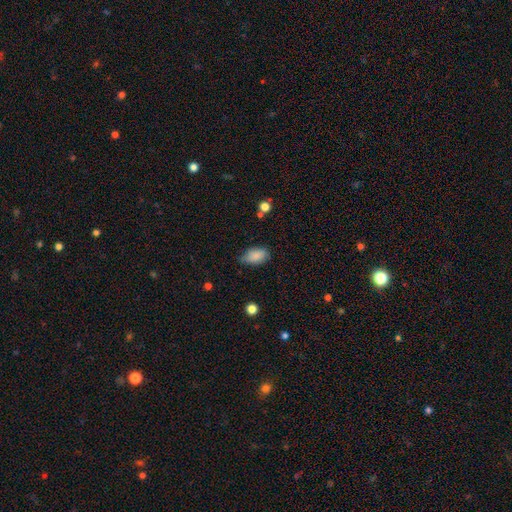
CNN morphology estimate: Overall: smooth (84%). How rounded: in between (91%). Merging: none (59%; minor disturbance 33%).